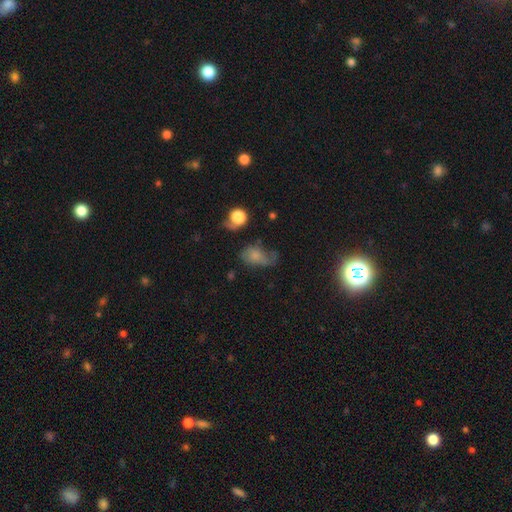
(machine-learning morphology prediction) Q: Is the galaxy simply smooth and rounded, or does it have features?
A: smooth — 64%.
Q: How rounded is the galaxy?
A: in between — 79%.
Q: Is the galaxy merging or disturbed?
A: major disturbance — 32%.